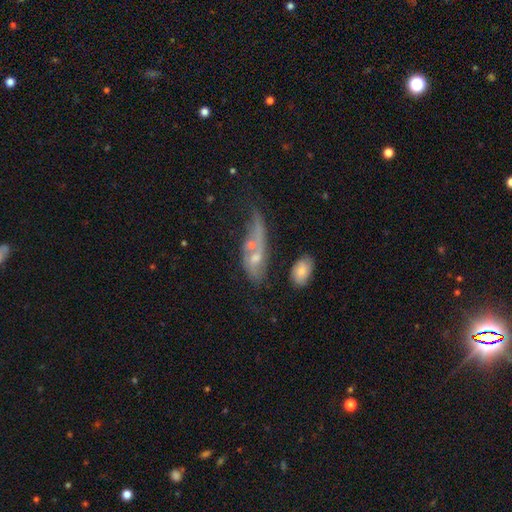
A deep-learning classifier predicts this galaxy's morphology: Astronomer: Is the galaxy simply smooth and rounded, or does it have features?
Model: featured or disk — 53% (runner-up: smooth, 36%).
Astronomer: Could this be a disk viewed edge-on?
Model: no — 78%.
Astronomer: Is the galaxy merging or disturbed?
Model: merger — 33% (runner-up: none, 26%).